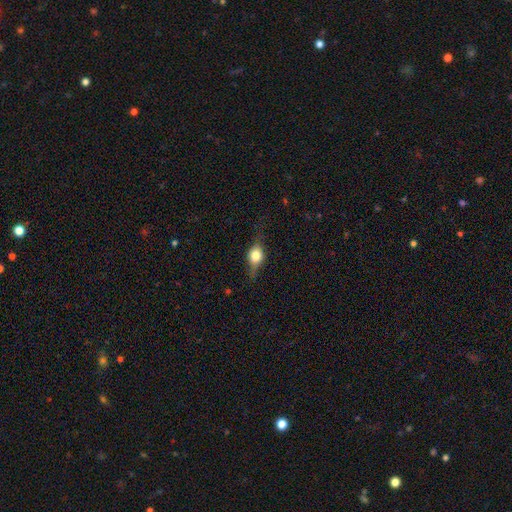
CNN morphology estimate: This appears to be a smooth galaxy with no disk features (54%) that is in between round and cigar-shaped (52%). Merging: none (68%).